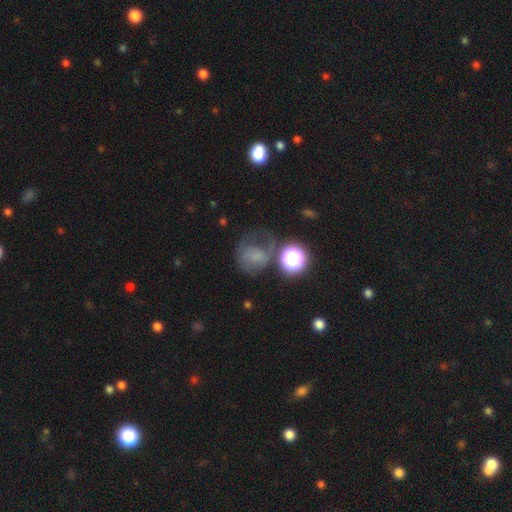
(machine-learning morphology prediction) Smooth or featured?
  - smooth: 48% *
  - featured or disk: 31%
  - star or artifact: 21%
Merging?
  - none: 39% *
  - major disturbance: 29%
  - minor disturbance: 23%
  - merger: 9%